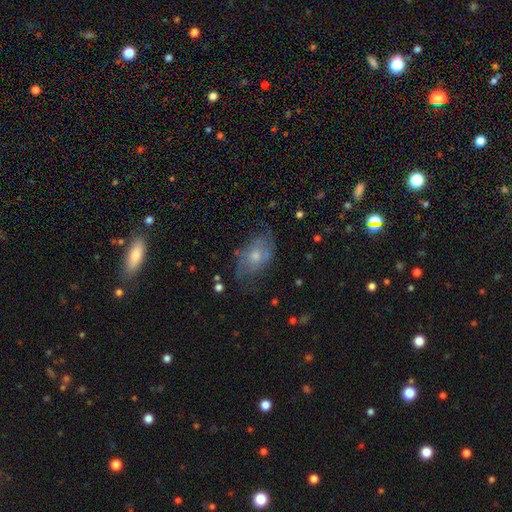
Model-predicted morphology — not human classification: Smooth or featured? featured or disk (49%)
Merging? none (62%)